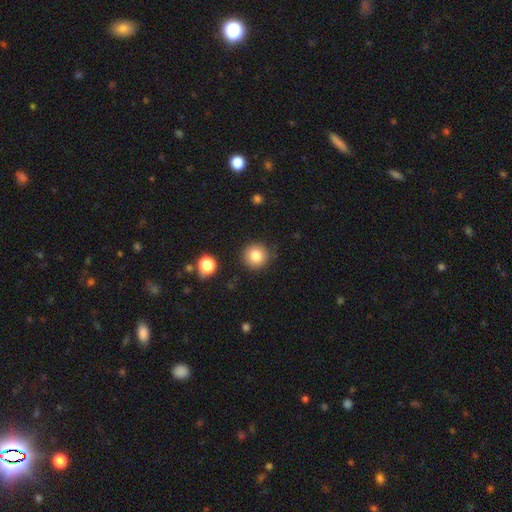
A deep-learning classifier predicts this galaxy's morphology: A smooth galaxy with no disk features (82%) that is round (94%). Merging: none (86%).